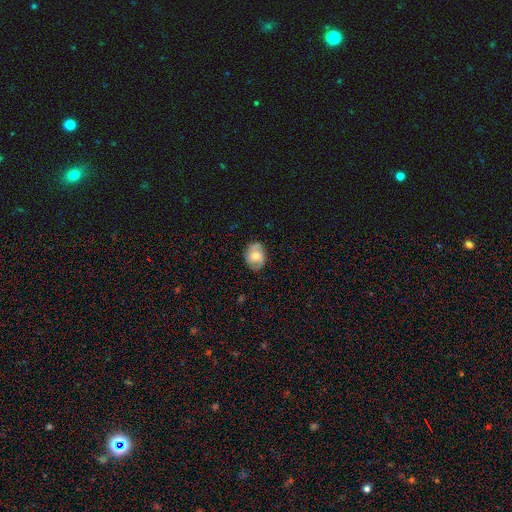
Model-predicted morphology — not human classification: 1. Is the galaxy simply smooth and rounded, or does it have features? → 52% featured or disk, 40% smooth, 8% star or artifact.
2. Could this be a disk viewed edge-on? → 96% no, 4% yes.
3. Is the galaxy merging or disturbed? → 77% none, 17% minor disturbance, 4% major disturbance, 1% merger.